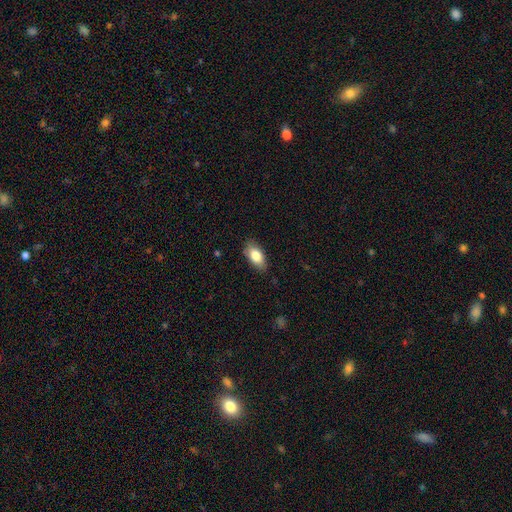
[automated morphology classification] Q: Smooth or featured?
A: smooth (82%); runner-up: featured or disk (11%)
Q: How rounded?
A: in between (90%); runner-up: cigar-shaped (6%)
Q: Merging?
A: none (81%); runner-up: minor disturbance (15%)